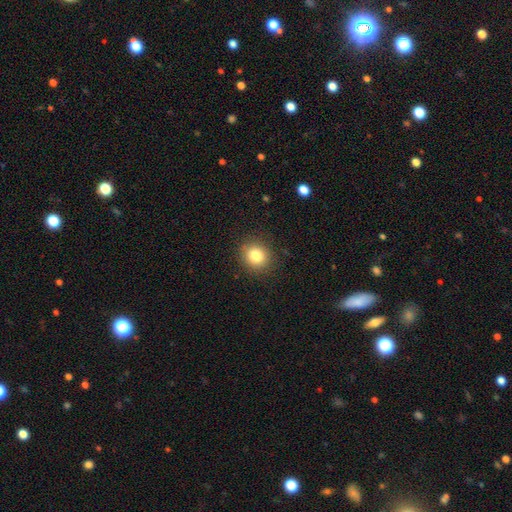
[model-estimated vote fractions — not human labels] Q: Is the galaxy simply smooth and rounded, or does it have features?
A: smooth — 82%.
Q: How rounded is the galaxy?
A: round — 85%.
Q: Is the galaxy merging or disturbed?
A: none — 89%.